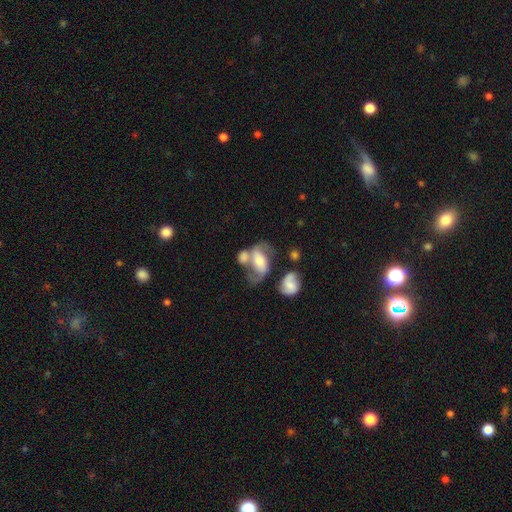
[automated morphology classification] smooth_or_featured: featured or disk (p=0.65) [alt: smooth p=0.25]
disk_edge_on: no (p=0.94) [alt: yes p=0.06]
bar: no (p=0.39) [alt: weak p=0.34]
has_spiral_arms: yes (p=0.78) [alt: no p=0.22]
bulge_size: moderate (p=0.49) [alt: small p=0.26]
merging: merger (p=0.39) [alt: none p=0.30]